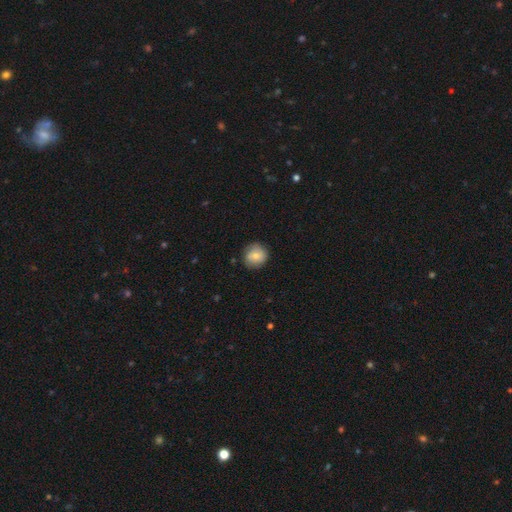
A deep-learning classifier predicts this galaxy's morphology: Smooth or featured? Predicted: smooth (p=0.72). How rounded? Predicted: round (p=0.89). Merging? Predicted: none (p=0.80).